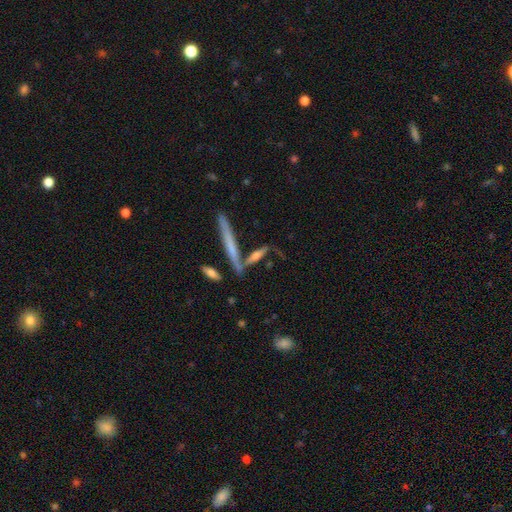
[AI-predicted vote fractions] This is possibly a featured or disk galaxy (50%). It is clearly viewed edge-on (80%). Merging: likely none (62%).